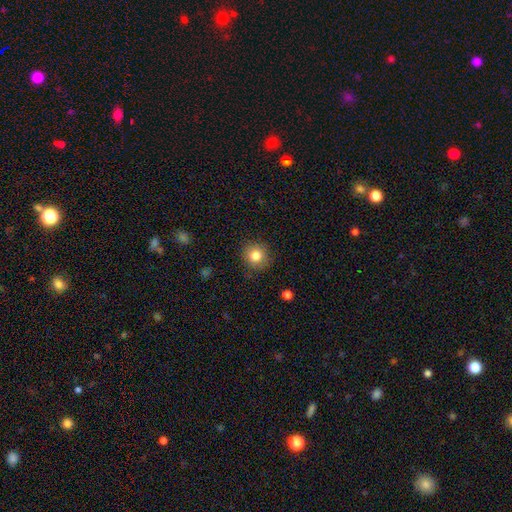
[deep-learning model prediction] smooth_or_featured: smooth (p=0.82) [alt: star or artifact p=0.11]
how_rounded: round (p=0.92) [alt: in between p=0.07]
merging: none (p=0.89) [alt: minor disturbance p=0.08]